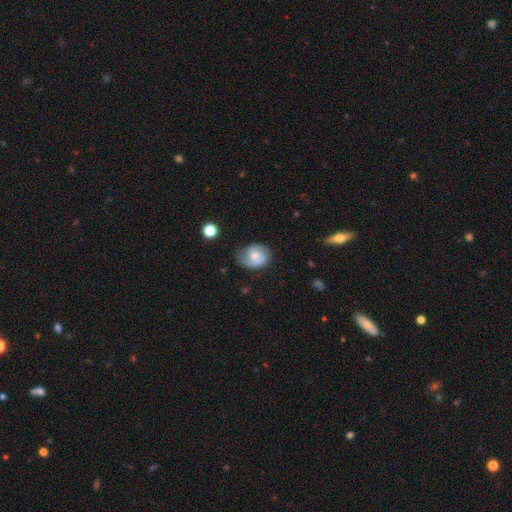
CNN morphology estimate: featured or disk 48%, smooth 44%, star or artifact 8%. Down the decision tree: merging — none (63%).